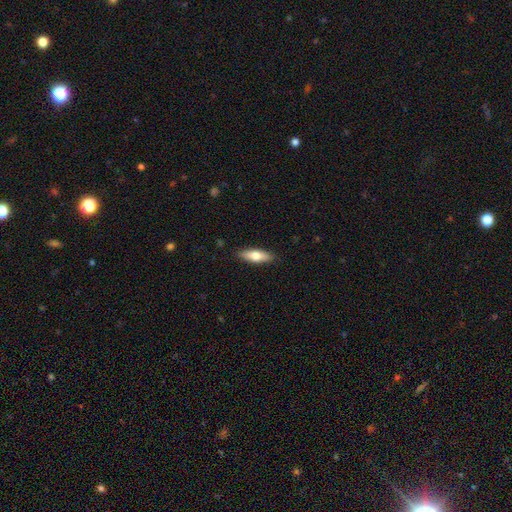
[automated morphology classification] Smooth or featured: smooth — 66% (featured or disk — 28%)
How rounded: in between — 53% (cigar-shaped — 45%)
Merging: none — 88% (minor disturbance — 9%)